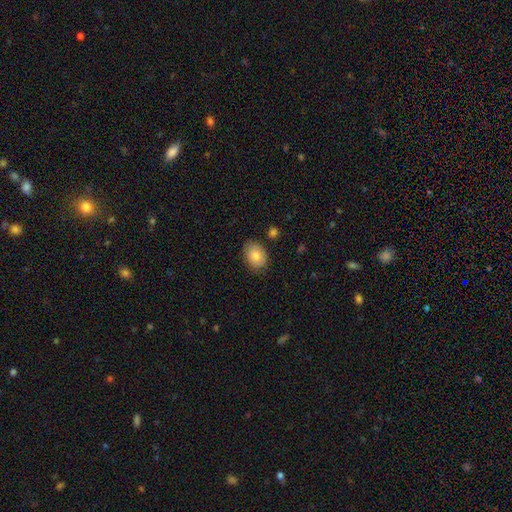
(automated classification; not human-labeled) Morphology: type=smooth (80%); roundness=in between (64%); merging=none (82%).